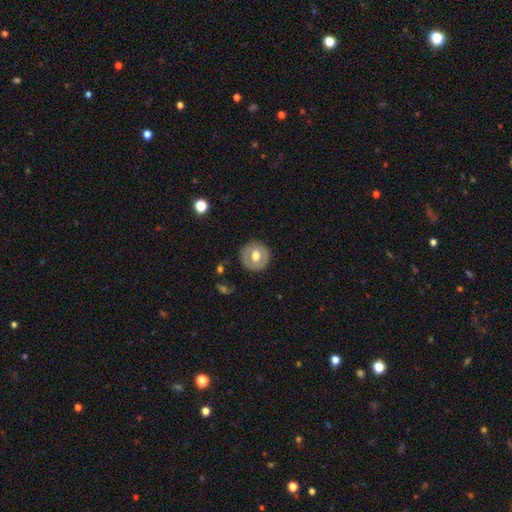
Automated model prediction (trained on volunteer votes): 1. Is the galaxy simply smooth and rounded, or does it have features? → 56% smooth, 38% featured or disk, 6% star or artifact.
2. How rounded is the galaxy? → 91% round, 8% in between, 1% cigar-shaped.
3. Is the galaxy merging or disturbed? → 87% none, 10% minor disturbance, 3% major disturbance, 1% merger.